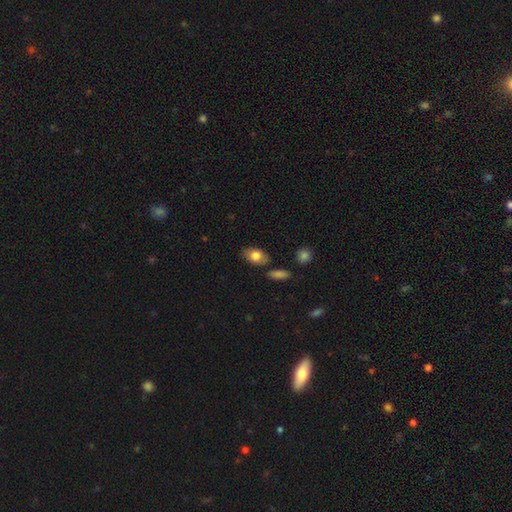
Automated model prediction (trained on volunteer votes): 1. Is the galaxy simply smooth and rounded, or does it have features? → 78% smooth, 15% featured or disk, 7% star or artifact.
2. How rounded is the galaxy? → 88% in between, 10% round, 2% cigar-shaped.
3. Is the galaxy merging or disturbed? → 79% none, 13% minor disturbance, 5% merger, 3% major disturbance.